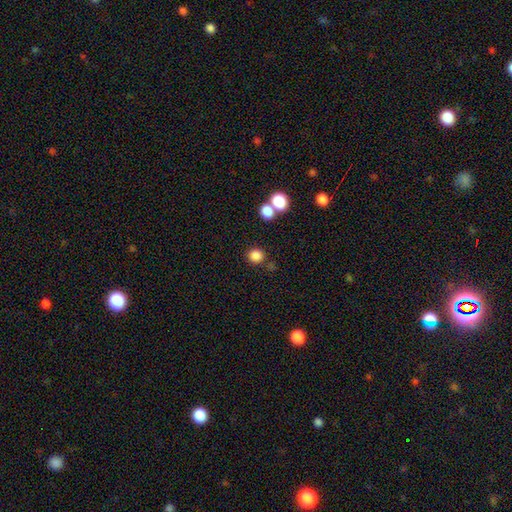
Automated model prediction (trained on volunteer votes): smooth 84%, star or artifact 12%, featured or disk 4%. Down the decision tree: how rounded — round (89%); merging — none (79%).